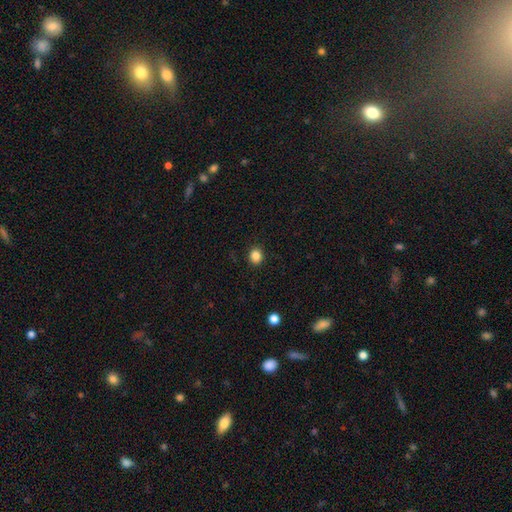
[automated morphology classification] type=smooth (85%); roundness=round (70%); merging=none (90%).